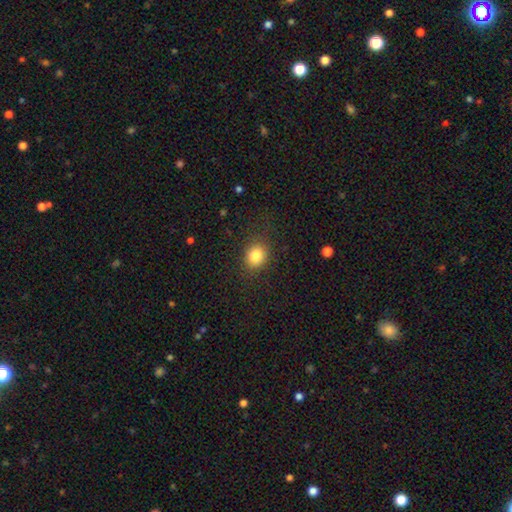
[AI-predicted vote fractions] Smooth or featured? smooth (83%)
How rounded? round (62%)
Merging? none (84%)